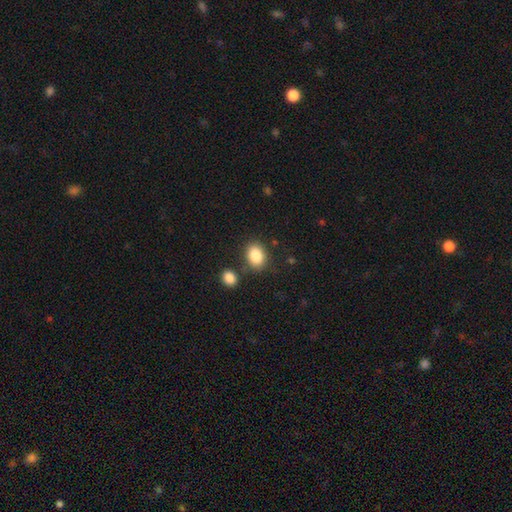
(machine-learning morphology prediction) A smooth galaxy with no disk features (87%) that is in between round and cigar-shaped (70%). Merging: none (76%).